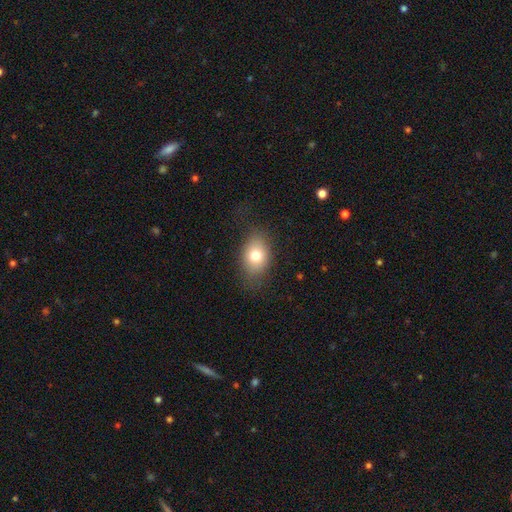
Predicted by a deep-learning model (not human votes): Smooth or featured: smooth — 76% (featured or disk — 14%)
How rounded: in between — 73% (round — 26%)
Merging: none — 76% (minor disturbance — 16%)